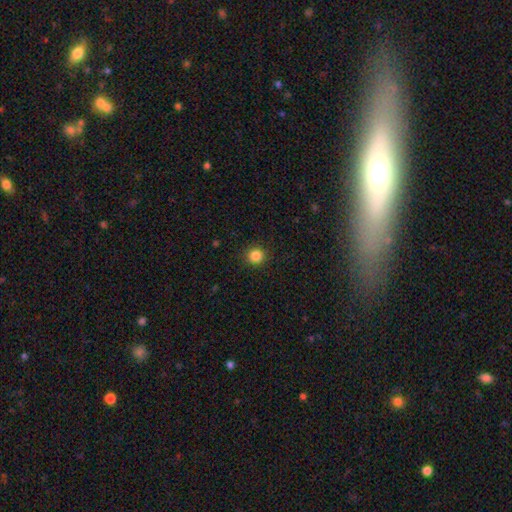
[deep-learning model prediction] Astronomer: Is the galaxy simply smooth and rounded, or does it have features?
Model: smooth — 84%.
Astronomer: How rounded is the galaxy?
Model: round — 93%.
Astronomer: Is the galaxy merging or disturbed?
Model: none — 92%.